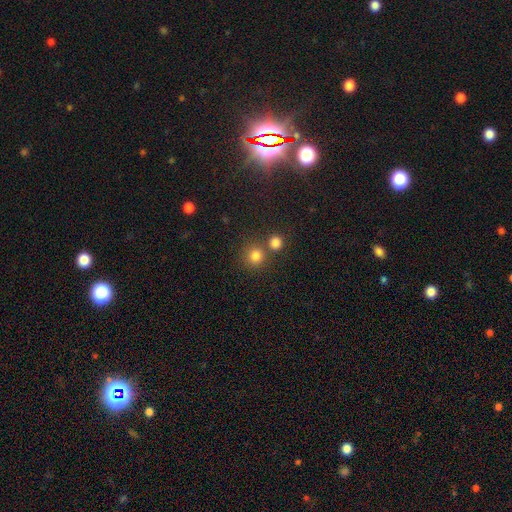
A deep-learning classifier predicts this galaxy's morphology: Smooth or featured? Predicted: smooth (p=0.80). How rounded? Predicted: round (p=0.91). Merging? Predicted: none (p=0.69).